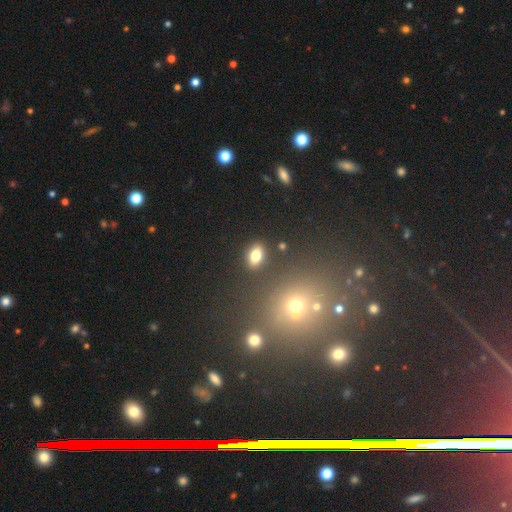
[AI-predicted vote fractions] This appears to be a smooth galaxy with no disk features (76%) that is in between round and cigar-shaped (83%). Merging: none (86%).